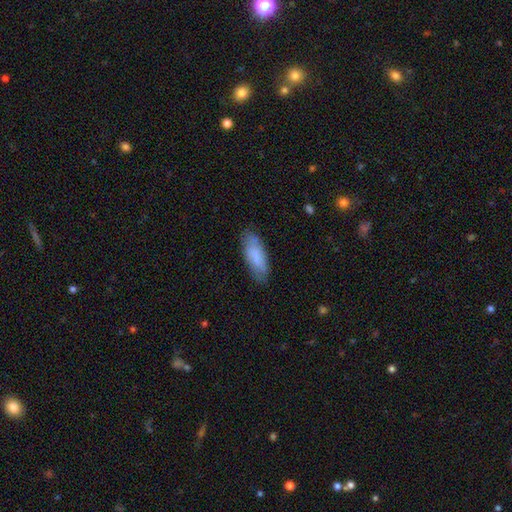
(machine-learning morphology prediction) Smooth or featured? smooth (81%)
How rounded? in between (69%)
Merging? none (77%)